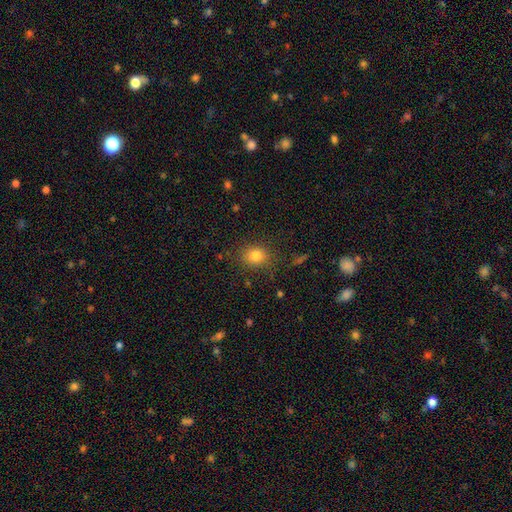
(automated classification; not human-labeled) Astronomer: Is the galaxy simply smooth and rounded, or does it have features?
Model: smooth — 80%.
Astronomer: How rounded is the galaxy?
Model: round — 61% (runner-up: in between, 38%).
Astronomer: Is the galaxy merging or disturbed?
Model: none — 83%.